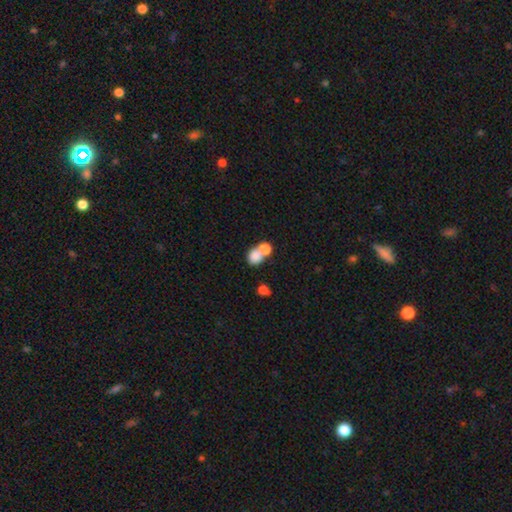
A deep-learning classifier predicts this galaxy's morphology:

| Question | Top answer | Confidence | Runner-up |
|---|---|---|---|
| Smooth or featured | smooth | 79% | star or artifact (11%) |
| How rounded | round | 63% | in between (35%) |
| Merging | merger | 54% | none (33%) |